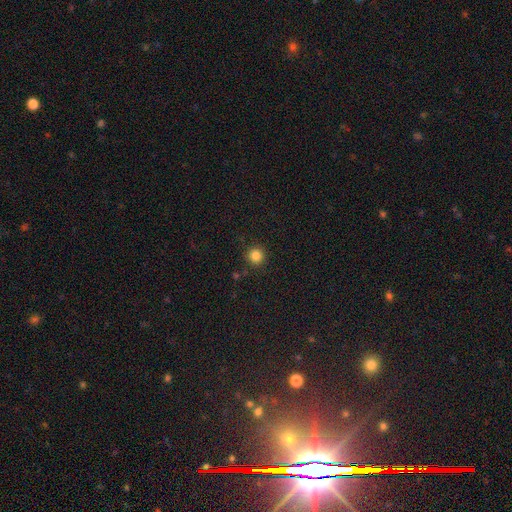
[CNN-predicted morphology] Smooth or featured? Predicted: smooth (p=0.84). How rounded? Predicted: round (p=0.95). Merging? Predicted: none (p=0.90).